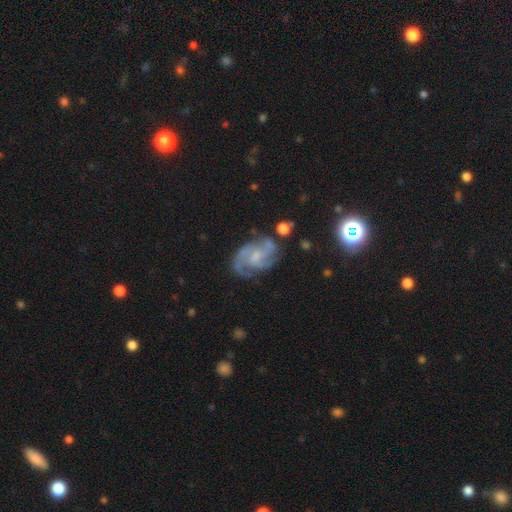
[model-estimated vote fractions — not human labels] Smooth or featured? Predicted: featured or disk (p=0.83). Edge-on disk? Predicted: no (p=0.98). Bar? Predicted: no (p=0.51). Spiral arms? Predicted: yes (p=0.94). Spiral winding? Predicted: medium (p=0.50). Spiral arm count? Predicted: 3 (p=0.34). Bulge size? Predicted: small (p=0.56). Merging? Predicted: none (p=0.66).